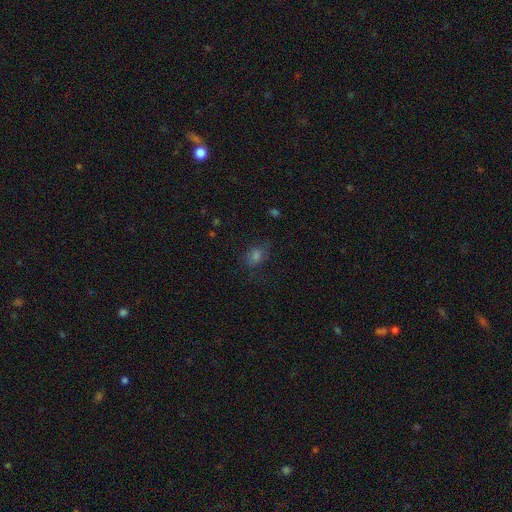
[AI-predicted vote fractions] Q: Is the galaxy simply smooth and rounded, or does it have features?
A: smooth — 60%.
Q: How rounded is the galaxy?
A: in between — 61%.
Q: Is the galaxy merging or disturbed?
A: none — 69%.